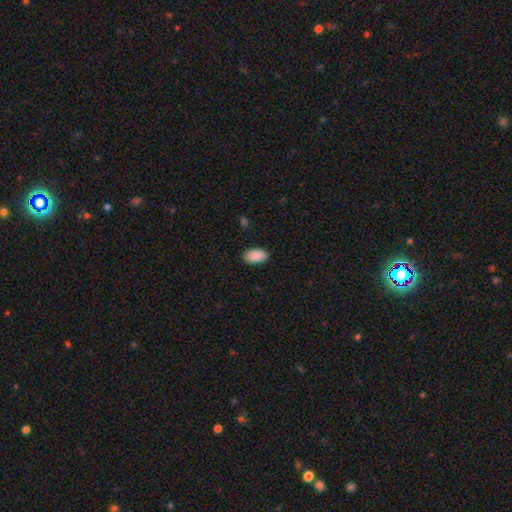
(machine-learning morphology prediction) Smooth or featured: smooth — 90% (star or artifact — 6%)
How rounded: in between — 94% (round — 5%)
Merging: none — 87% (minor disturbance — 10%)